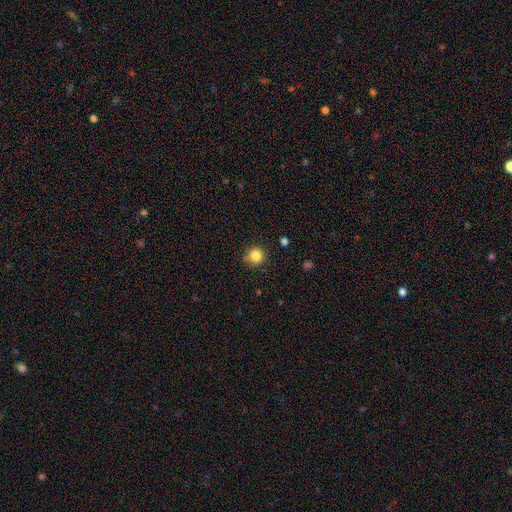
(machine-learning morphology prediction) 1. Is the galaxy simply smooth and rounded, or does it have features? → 84% smooth, 11% star or artifact, 4% featured or disk.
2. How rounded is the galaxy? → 92% round, 7% in between, 1% cigar-shaped.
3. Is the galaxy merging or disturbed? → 83% none, 13% minor disturbance, 3% major disturbance, 2% merger.